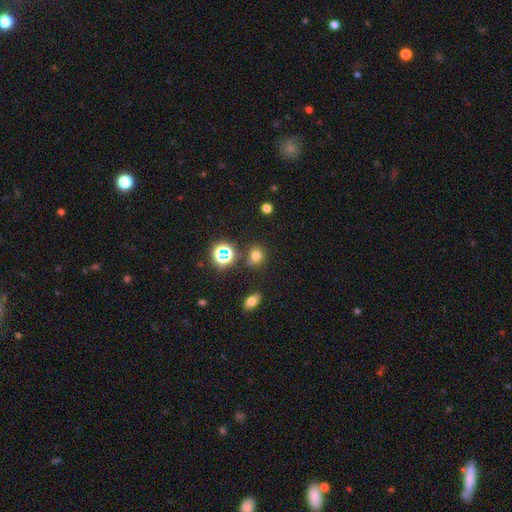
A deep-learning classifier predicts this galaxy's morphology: The model was most divided on "smooth or featured": smooth: 69%, star or artifact: 24%, featured or disk: 7%. More confident: merging — none (77%); how rounded — round (77%).